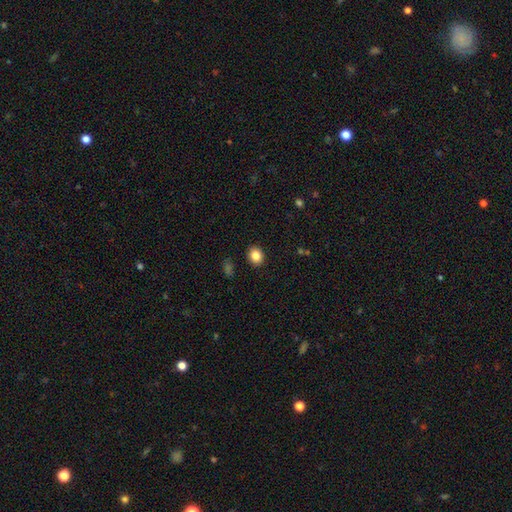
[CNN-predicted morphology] Smooth or featured?
  - smooth: 85% *
  - star or artifact: 10%
  - featured or disk: 5%
How rounded?
  - round: 62% *
  - in between: 37%
  - cigar-shaped: 1%
Merging?
  - none: 90% *
  - minor disturbance: 7%
  - major disturbance: 2%
  - merger: 1%